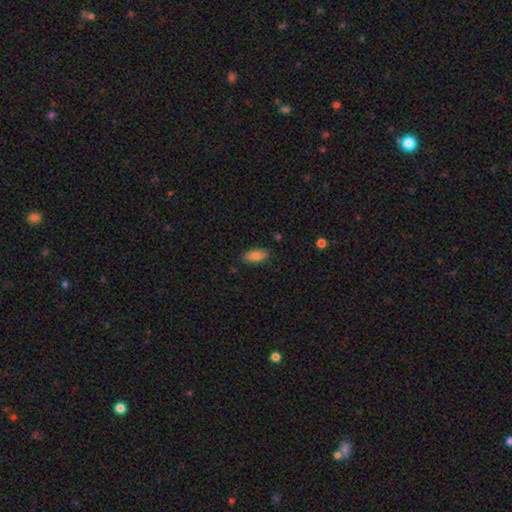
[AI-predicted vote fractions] A smooth galaxy with no disk features (83%) that is in between round and cigar-shaped (87%). Merging: none (85%).